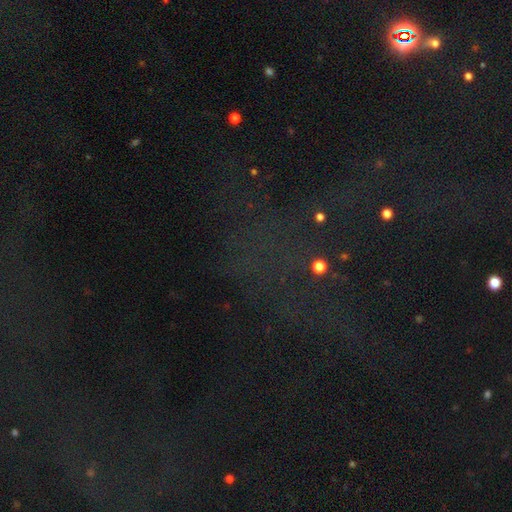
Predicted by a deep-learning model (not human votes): A star or artifact, not a galaxy (72%).